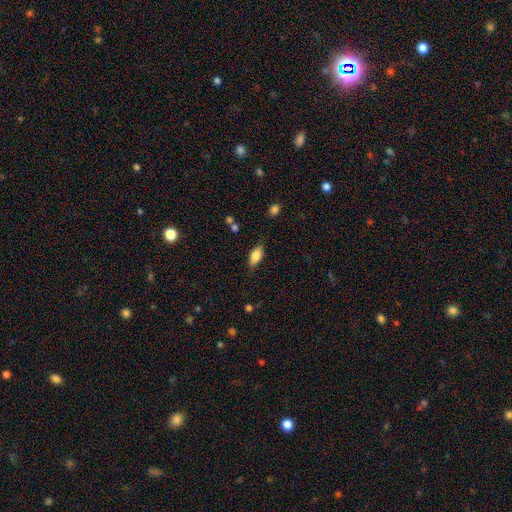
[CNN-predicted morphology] smooth-or-featured: smooth: 80% | featured or disk: 13% | star or artifact: 7%
  how-rounded: in between: 88% | cigar-shaped: 9% | round: 3%
  merging: none: 78% | minor disturbance: 16% | major disturbance: 4% | merger: 2%